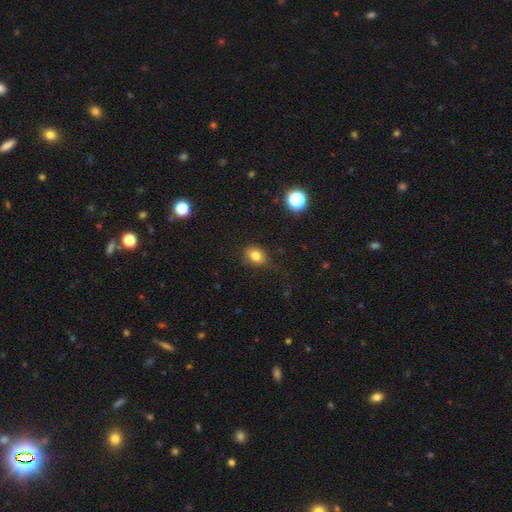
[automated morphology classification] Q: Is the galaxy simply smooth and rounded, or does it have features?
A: smooth — 80%.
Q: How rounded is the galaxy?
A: in between — 61%.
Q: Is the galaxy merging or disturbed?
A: none — 75%.